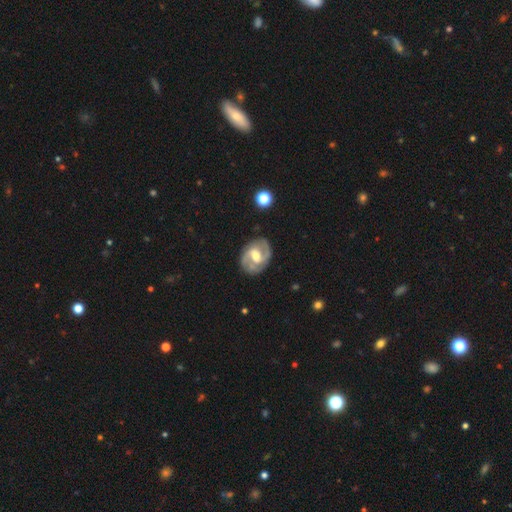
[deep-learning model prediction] Smooth or featured? Predicted: featured or disk (p=0.84). Edge-on disk? Predicted: no (p=0.97). Bar? Predicted: weak (p=0.52). Spiral arms? Predicted: yes (p=0.94). Spiral winding? Predicted: medium (p=0.50). Spiral arm count? Predicted: 2 (p=0.74). Bulge size? Predicted: moderate (p=0.63). Merging? Predicted: none (p=0.79).